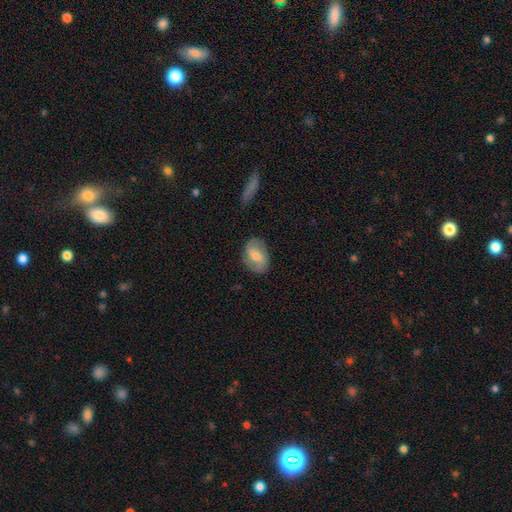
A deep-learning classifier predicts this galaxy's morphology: Q: Smooth or featured?
A: smooth (56%); runner-up: featured or disk (37%)
Q: How rounded?
A: in between (79%); runner-up: round (19%)
Q: Merging?
A: none (79%); runner-up: minor disturbance (16%)